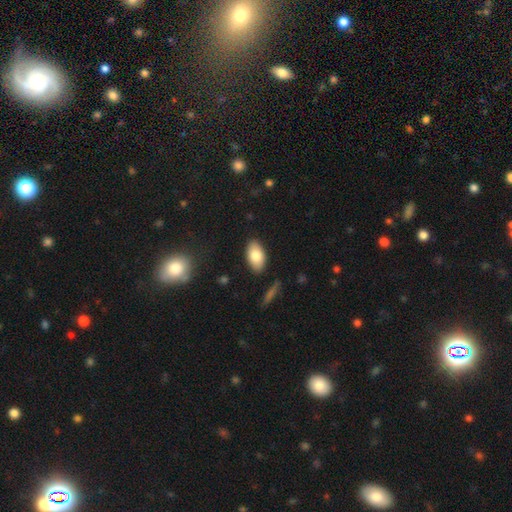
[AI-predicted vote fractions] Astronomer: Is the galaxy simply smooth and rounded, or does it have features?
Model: smooth — 81%.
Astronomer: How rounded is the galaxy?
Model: in between — 94%.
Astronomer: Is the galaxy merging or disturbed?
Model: none — 86%.